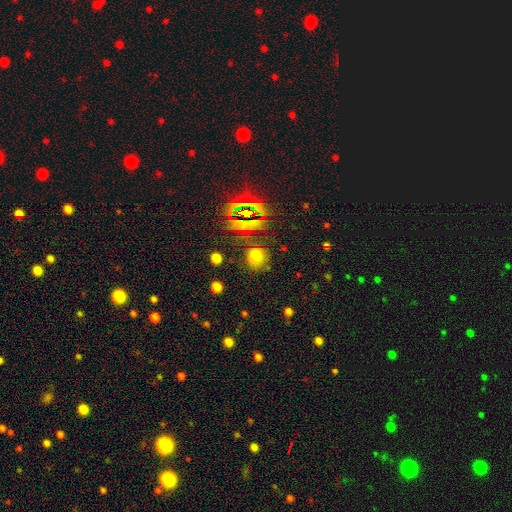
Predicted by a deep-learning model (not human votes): A smooth galaxy with no disk features (63%) that is round (84%).

Vote fractions:
- Smooth or featured? smooth: 63% / star or artifact: 27% / featured or disk: 9%
- How rounded? round: 84% / in between: 15% / cigar-shaped: 1%
- Merging? none: 76% / minor disturbance: 14% / major disturbance: 6% / merger: 4%